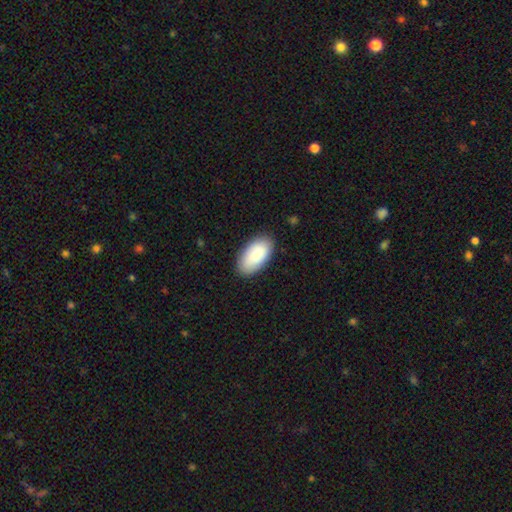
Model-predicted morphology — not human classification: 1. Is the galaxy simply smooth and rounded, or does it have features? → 86% smooth, 9% featured or disk, 5% star or artifact.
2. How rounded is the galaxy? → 95% in between, 2% round, 2% cigar-shaped.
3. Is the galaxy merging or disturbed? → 86% none, 11% minor disturbance, 2% major disturbance, 1% merger.